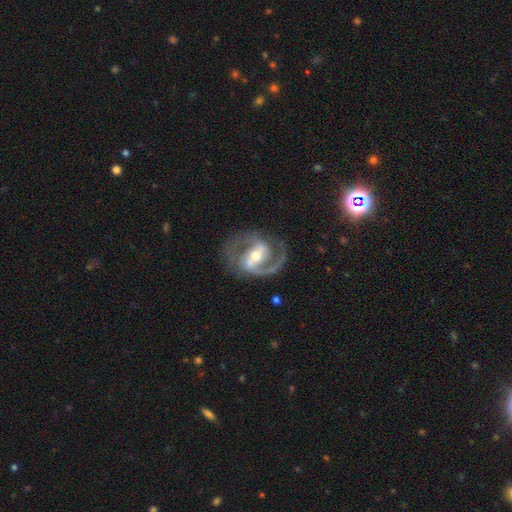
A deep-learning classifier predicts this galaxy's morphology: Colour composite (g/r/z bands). It shows a featured or disk galaxy (90%) with a strong bar (54%), 2 (88%) medium (60%) spiral arms (95%) and a moderate central bulge (60%). Merging: none (75%).